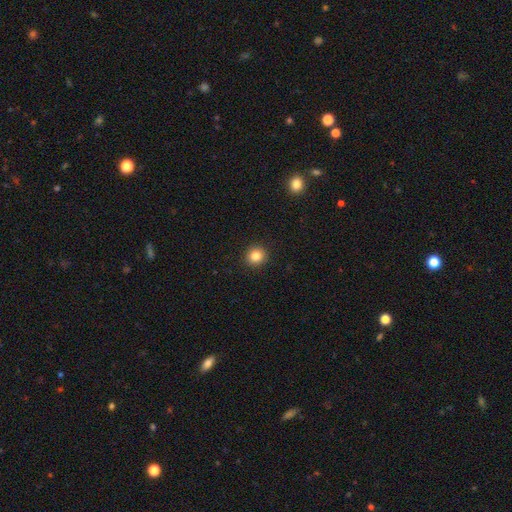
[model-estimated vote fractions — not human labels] This appears to be a smooth galaxy with no disk features (83%) that is round (91%). Merging: none (93%).